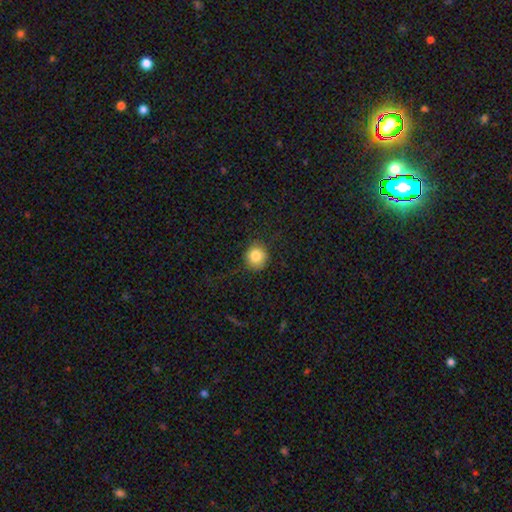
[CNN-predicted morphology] Overall: smooth (83%). How rounded: round (90%). Merging: none (86%).